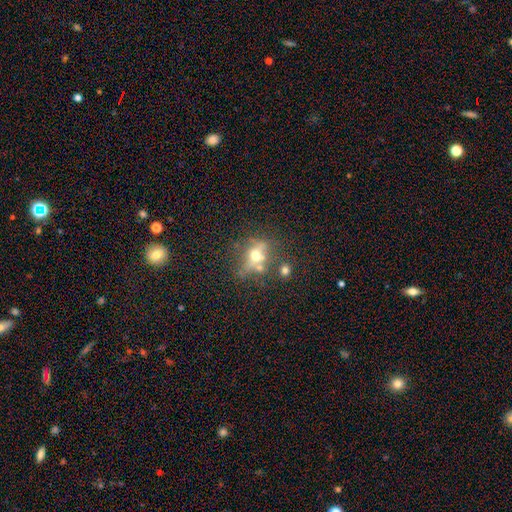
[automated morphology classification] smooth 44%, featured or disk 39%, star or artifact 16%. Down the decision tree: merging — none (55%).